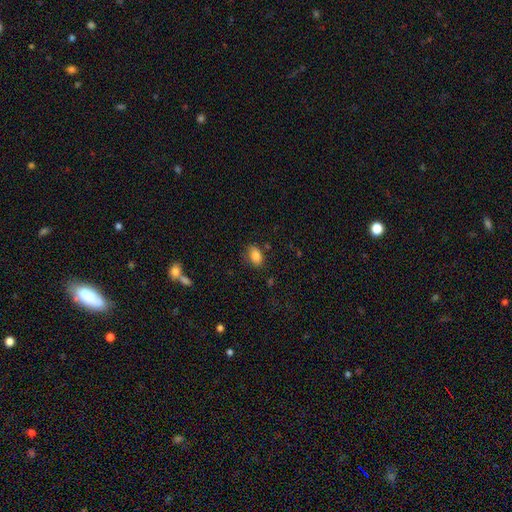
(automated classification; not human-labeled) Smooth or featured? smooth (86%)
How rounded? in between (86%)
Merging? none (76%)